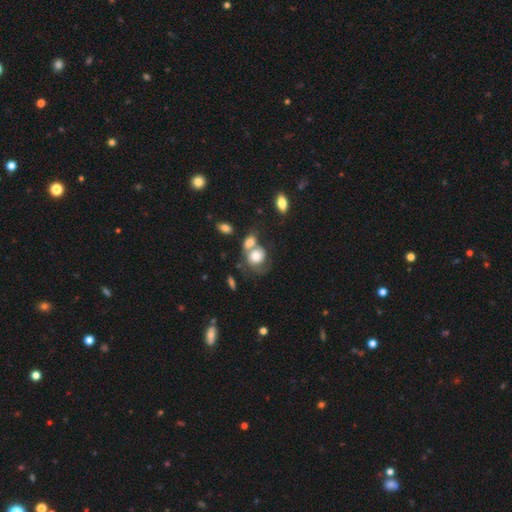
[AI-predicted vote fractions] Overall: smooth (61%; featured or disk 30%). How rounded: round (56%; in between 43%). Merging: merger (47%; none 24%).